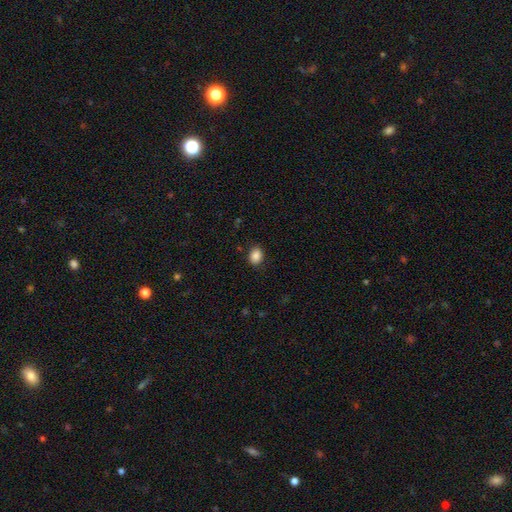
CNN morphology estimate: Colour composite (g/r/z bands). It shows a smooth galaxy with no disk features (86%) that is in between round and cigar-shaped (57%). Merging: none (86%).